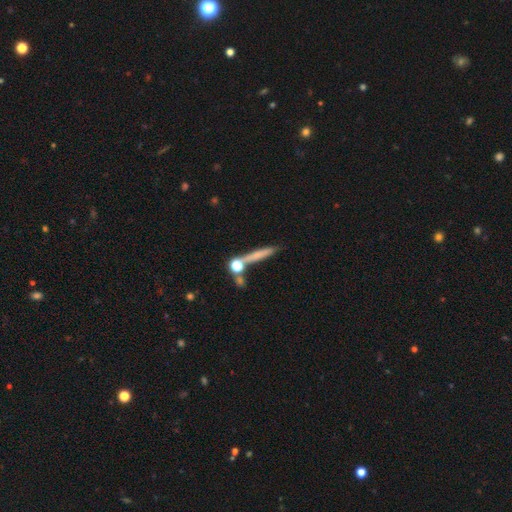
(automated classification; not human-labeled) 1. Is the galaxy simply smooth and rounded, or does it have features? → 55% smooth, 32% featured or disk, 13% star or artifact.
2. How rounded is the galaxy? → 79% cigar-shaped, 12% round, 10% in between.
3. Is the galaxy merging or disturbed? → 64% none, 16% merger, 13% minor disturbance, 7% major disturbance.